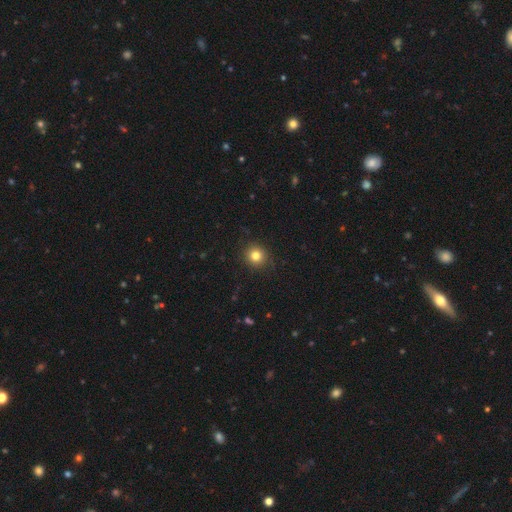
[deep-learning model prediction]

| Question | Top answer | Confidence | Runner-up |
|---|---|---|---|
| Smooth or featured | smooth | 81% | star or artifact (13%) |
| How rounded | round | 91% | in between (8%) |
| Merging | none | 89% | minor disturbance (8%) |